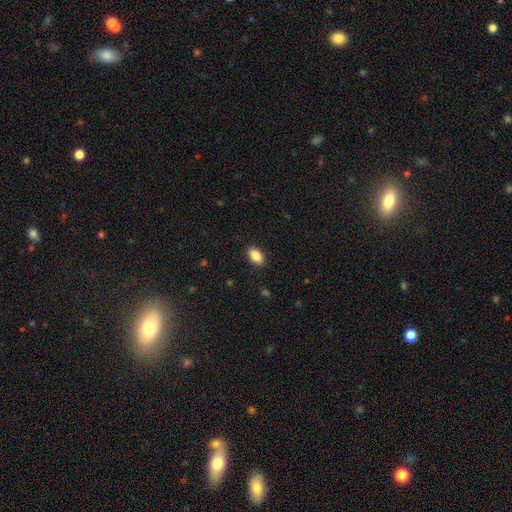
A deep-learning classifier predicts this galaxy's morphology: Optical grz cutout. It shows a smooth galaxy with no disk features (87%) that is in between round and cigar-shaped (92%). Merging: none (89%).